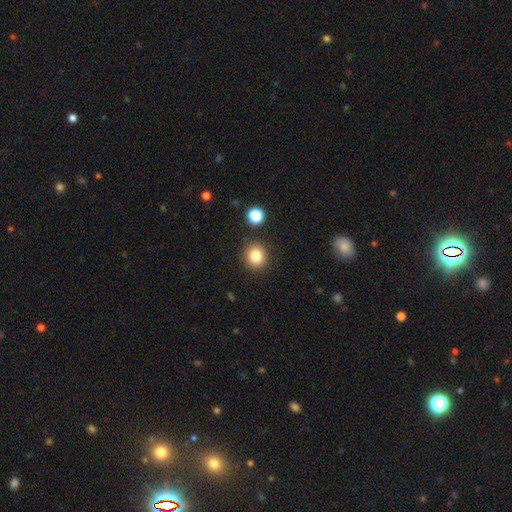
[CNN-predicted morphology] A smooth galaxy with no disk features (84%) that is round (82%). Merging: none (86%).